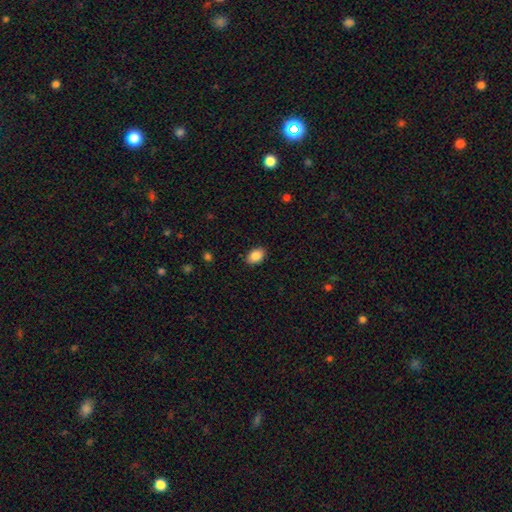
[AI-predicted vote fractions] smooth-or-featured: smooth: 88% | star or artifact: 8% | featured or disk: 5%
  how-rounded: in between: 86% | round: 13% | cigar-shaped: 1%
  merging: none: 88% | minor disturbance: 9% | major disturbance: 2% | merger: 1%